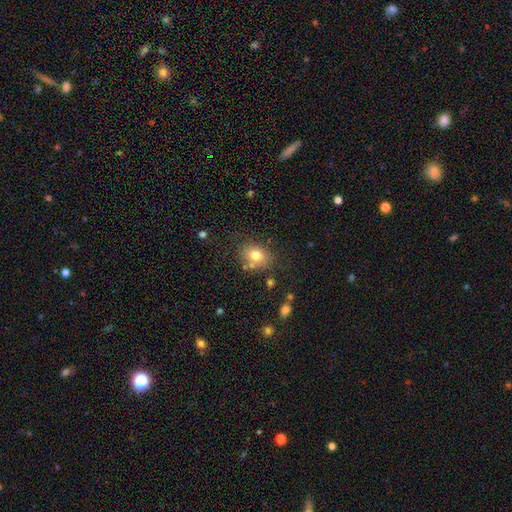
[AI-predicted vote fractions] The model was most divided on "how rounded": in between: 59%, round: 40%, cigar-shaped: 1%. More confident: smooth or featured — smooth (77%); merging — none (73%).